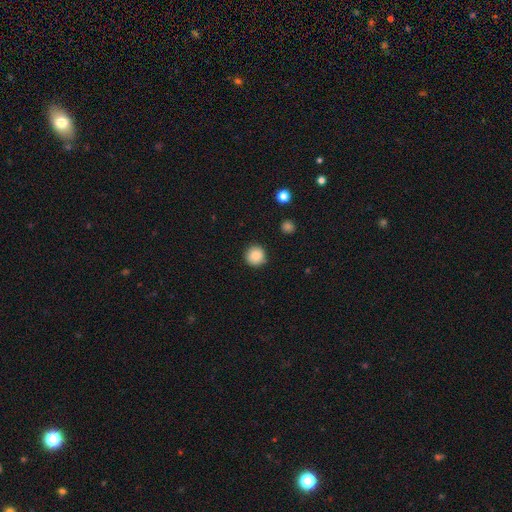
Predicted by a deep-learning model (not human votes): This is clearly a smooth galaxy (87%). How rounded: clearly round (95%). Merging: clearly none (89%).